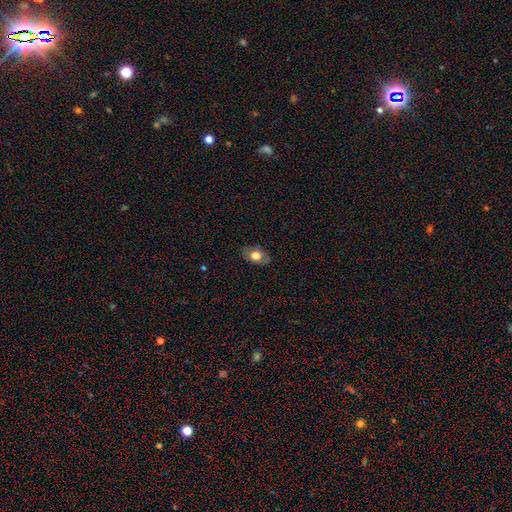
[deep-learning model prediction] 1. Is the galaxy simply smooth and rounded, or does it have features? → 70% smooth, 22% featured or disk, 8% star or artifact.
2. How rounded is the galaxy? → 83% in between, 15% round, 2% cigar-shaped.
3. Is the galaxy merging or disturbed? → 80% none, 16% minor disturbance, 3% major disturbance, 1% merger.